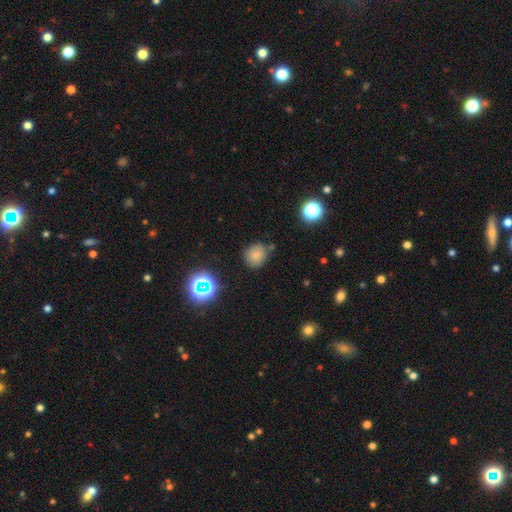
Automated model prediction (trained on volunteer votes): A smooth galaxy with no disk features (73%) that is round (80%). Merging: none (75%).